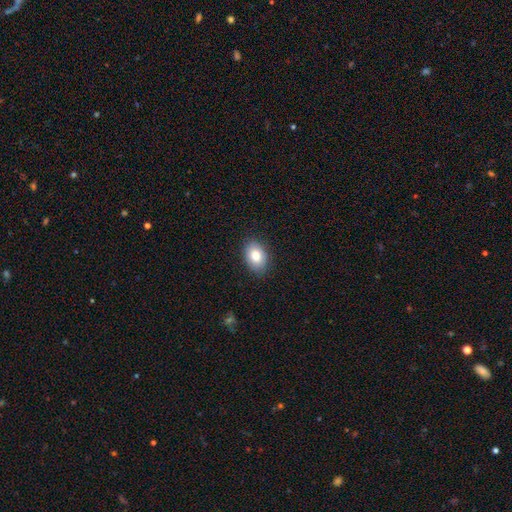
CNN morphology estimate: A smooth galaxy with no disk features (83%) that is in between round and cigar-shaped (82%). Merging: none (85%).